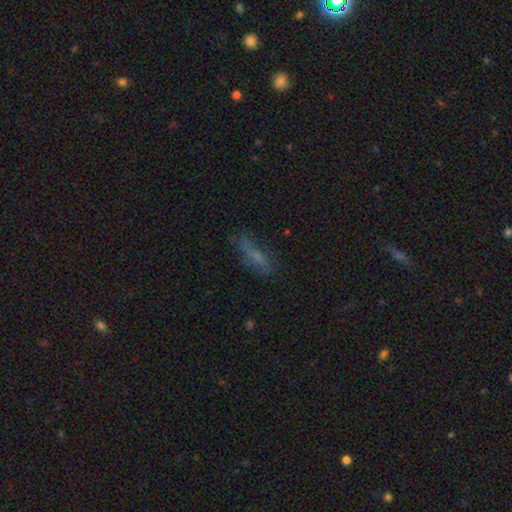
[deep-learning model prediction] Smooth or featured? Predicted: smooth (p=0.53). How rounded? Predicted: cigar-shaped (p=0.60). Merging? Predicted: none (p=0.65).